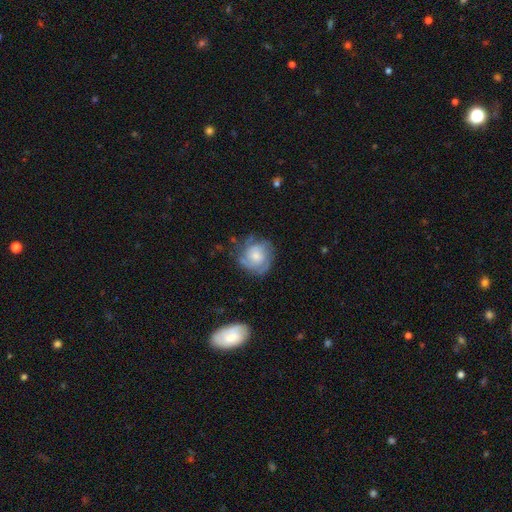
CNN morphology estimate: The model was most divided on "bulge size": moderate: 45%, small: 39%, large: 9%, none: 6%, dominant: 2%. Remaining: edge-on disk — no (98%); spiral arms — yes (88%); bar — no (76%); merging — none (68%); smooth or featured — featured or disk (67%); spiral winding — tight (56%); spiral arm count — can't tell (36%).